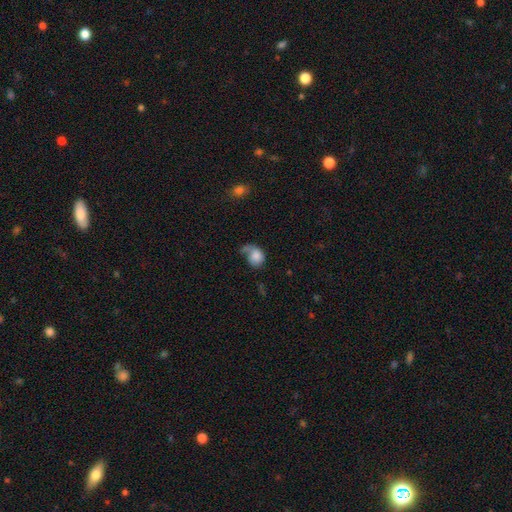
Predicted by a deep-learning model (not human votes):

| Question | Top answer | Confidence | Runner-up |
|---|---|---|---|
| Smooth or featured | smooth | 74% | featured or disk (17%) |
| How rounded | round | 53% | in between (45%) |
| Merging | major disturbance | 33% | none (30%) |